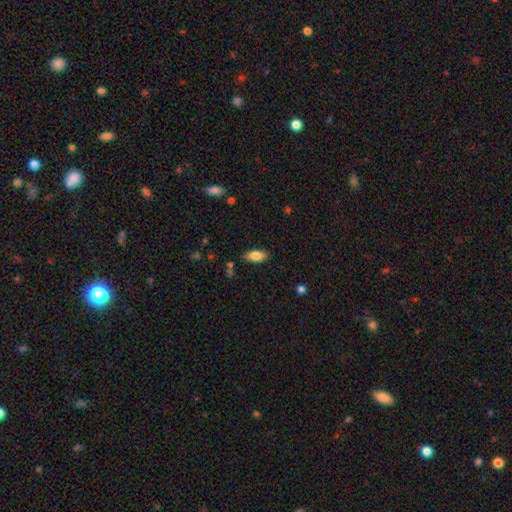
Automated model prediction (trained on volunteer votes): Smooth or featured? Predicted: smooth (p=0.84). How rounded? Predicted: in between (p=0.90). Merging? Predicted: none (p=0.84).